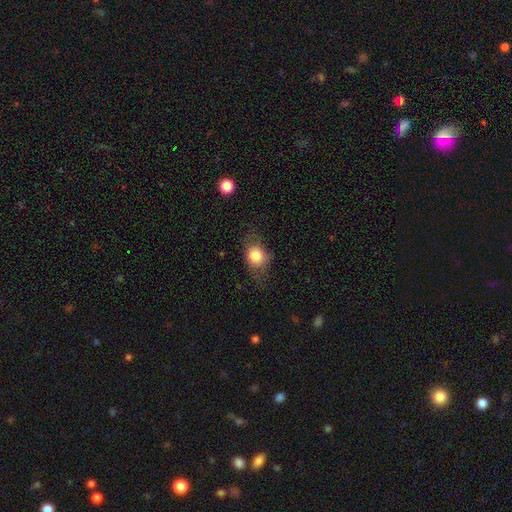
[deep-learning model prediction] Smooth or featured? Predicted: smooth (p=0.77). How rounded? Predicted: round (p=0.52). Merging? Predicted: none (p=0.63).